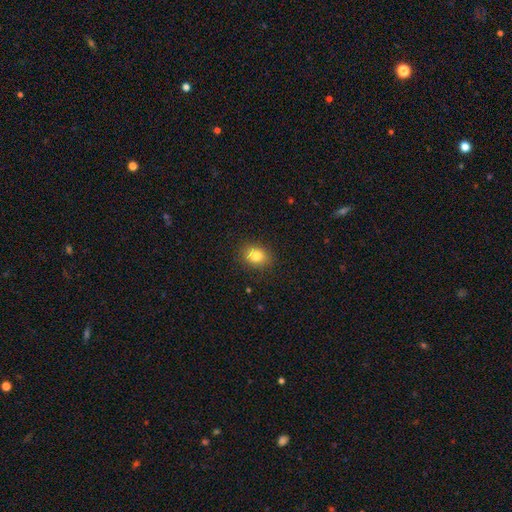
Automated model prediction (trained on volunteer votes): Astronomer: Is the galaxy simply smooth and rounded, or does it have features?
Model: smooth — 82%.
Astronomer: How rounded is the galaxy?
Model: in between — 58% (runner-up: round, 41%).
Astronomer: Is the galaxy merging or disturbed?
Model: none — 86%.